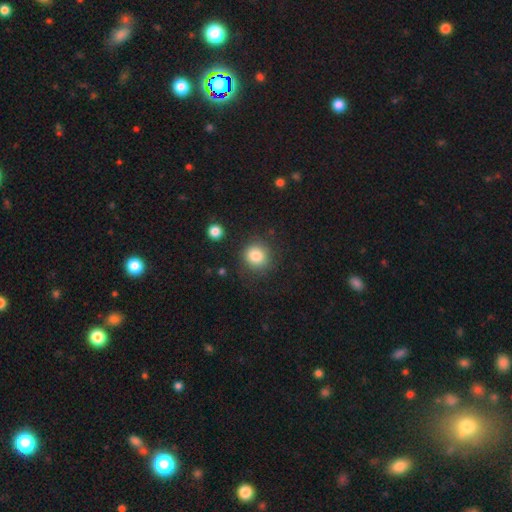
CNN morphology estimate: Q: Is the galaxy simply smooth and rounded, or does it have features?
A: smooth — 83%.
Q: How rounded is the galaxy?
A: round — 86%.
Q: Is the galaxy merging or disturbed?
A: none — 83%.